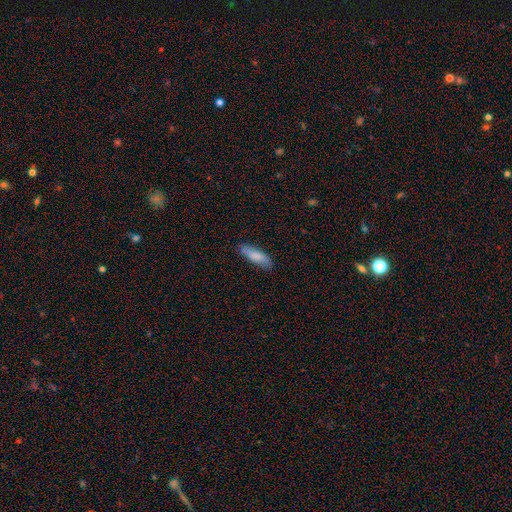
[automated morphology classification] smooth_or_featured: smooth (p=0.79) [alt: featured or disk p=0.15]
how_rounded: cigar-shaped (p=0.52) [alt: in between p=0.47]
merging: none (p=0.80) [alt: minor disturbance p=0.16]